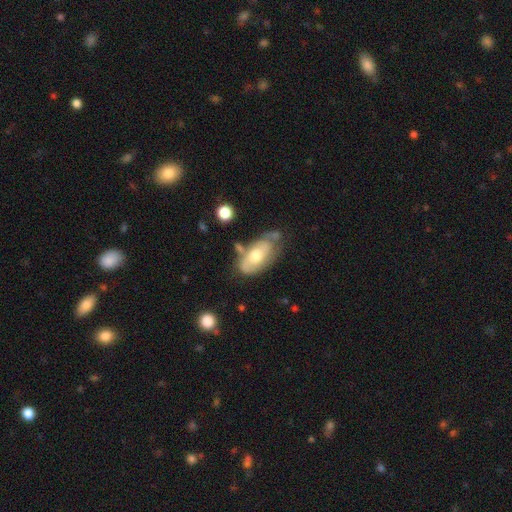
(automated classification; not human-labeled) Q: Smooth or featured?
A: featured or disk (54%); runner-up: smooth (40%)
Q: Edge-on disk?
A: no (88%); runner-up: yes (12%)
Q: Merging?
A: none (48%); runner-up: minor disturbance (29%)